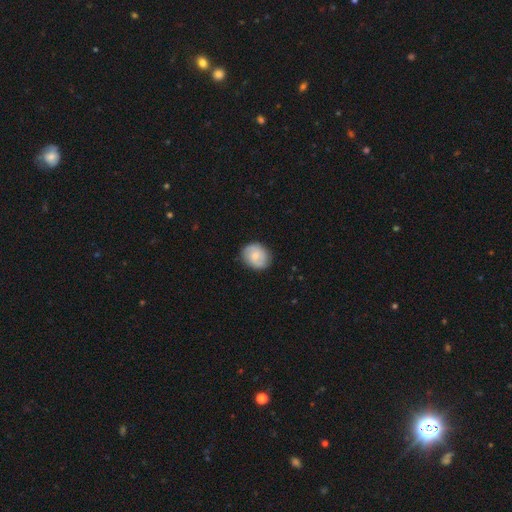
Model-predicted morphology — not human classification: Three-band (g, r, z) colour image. It shows a smooth galaxy with no disk features (62%) that is round (64%). Merging: none (84%).